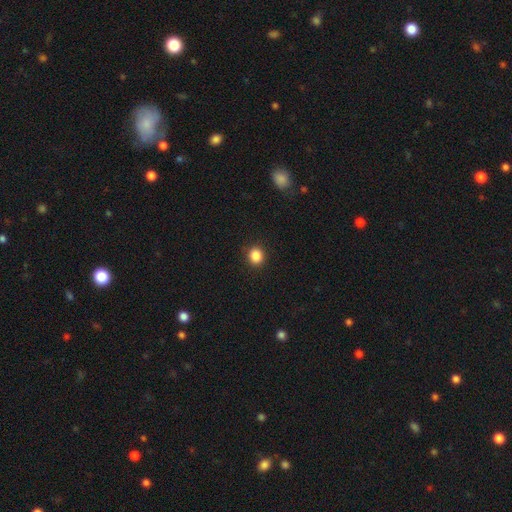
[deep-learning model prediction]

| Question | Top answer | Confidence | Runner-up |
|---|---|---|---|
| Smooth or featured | smooth | 87% | star or artifact (10%) |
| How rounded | round | 79% | in between (20%) |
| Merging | none | 91% | minor disturbance (6%) |